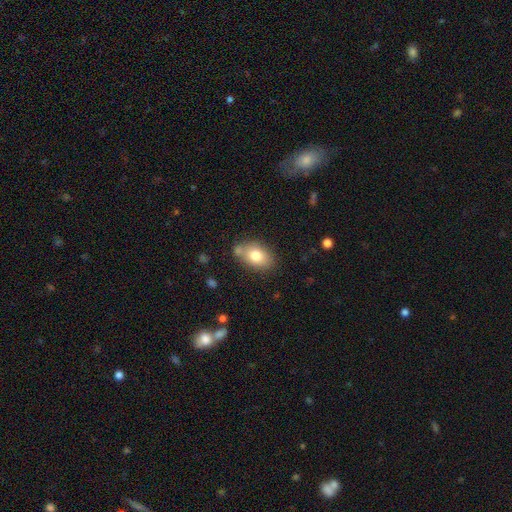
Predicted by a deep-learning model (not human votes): Smooth or featured: smooth — 78% (featured or disk — 14%)
How rounded: in between — 85% (round — 14%)
Merging: none — 66% (minor disturbance — 18%)